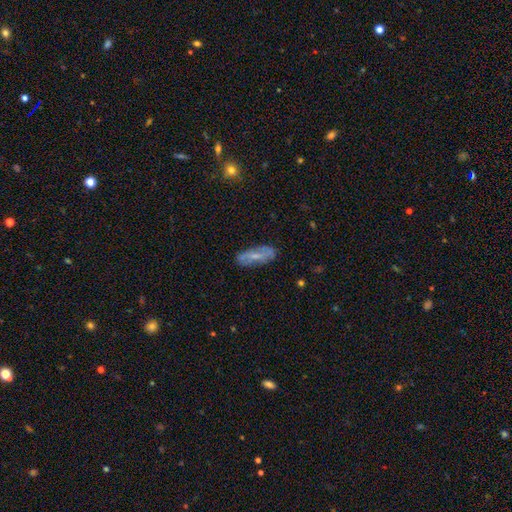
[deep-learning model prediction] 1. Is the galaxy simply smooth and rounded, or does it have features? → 51% featured or disk, 41% smooth, 8% star or artifact.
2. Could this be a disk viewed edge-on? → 78% no, 22% yes.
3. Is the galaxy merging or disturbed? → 78% none, 16% minor disturbance, 4% major disturbance, 2% merger.